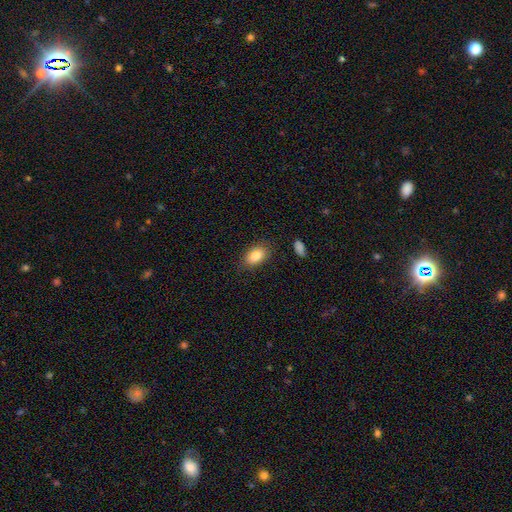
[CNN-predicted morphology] This is clearly a smooth galaxy (84%). How rounded: clearly in between (88%). Merging: clearly none (82%).